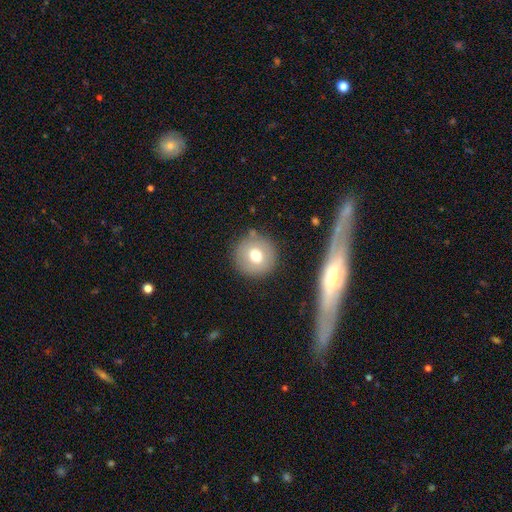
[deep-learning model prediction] Smooth or featured? Predicted: smooth (p=0.70). How rounded? Predicted: round (p=0.94). Merging? Predicted: none (p=0.84).